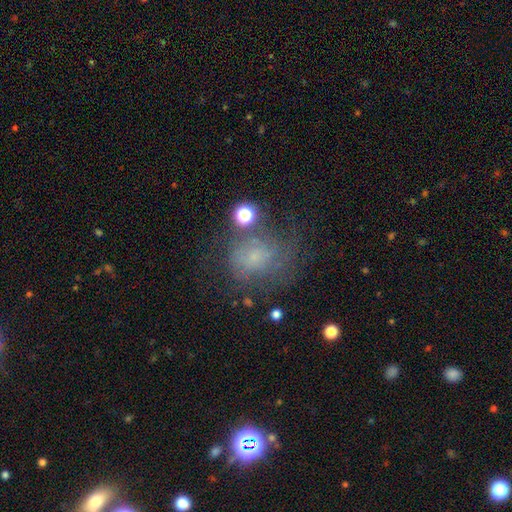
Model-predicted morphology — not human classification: This is marginally a smooth galaxy (41%, tied with featured or disk). Merging: possibly none (45%).